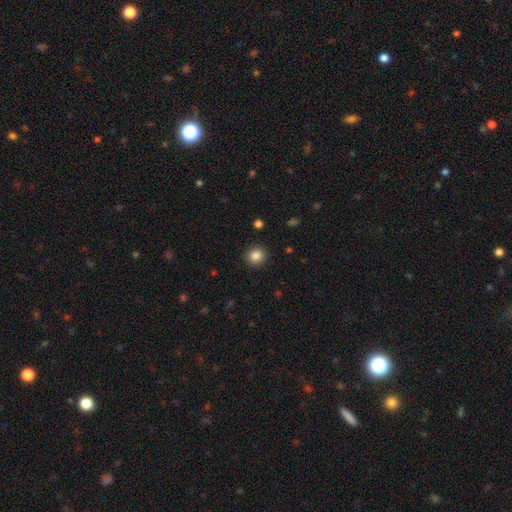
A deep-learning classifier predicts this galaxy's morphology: The model was most divided on "how rounded": round: 85%, in between: 14%, cigar-shaped: 1%. More confident: merging — none (91%); smooth or featured — smooth (86%).